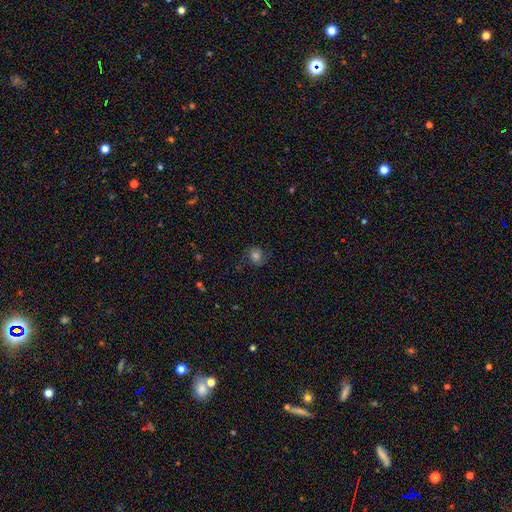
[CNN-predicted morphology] Smooth or featured?
  - smooth: 69% *
  - star or artifact: 18%
  - featured or disk: 13%
How rounded?
  - round: 79% *
  - in between: 20%
  - cigar-shaped: 1%
Merging?
  - none: 73% *
  - minor disturbance: 17%
  - major disturbance: 8%
  - merger: 1%